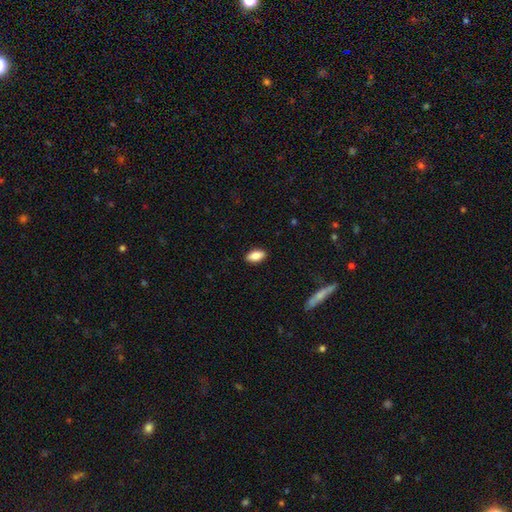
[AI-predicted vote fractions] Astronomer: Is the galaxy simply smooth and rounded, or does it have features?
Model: smooth — 84%.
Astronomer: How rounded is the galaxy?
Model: in between — 90%.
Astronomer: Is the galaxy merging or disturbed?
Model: none — 89%.